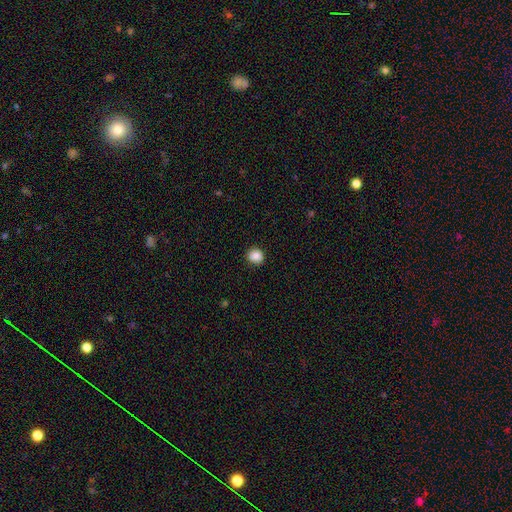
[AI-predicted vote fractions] A smooth galaxy with no disk features (87%) that is round (85%).

Vote fractions:
- Smooth or featured? smooth: 87% / star or artifact: 9% / featured or disk: 4%
- How rounded? round: 85% / in between: 14% / cigar-shaped: 1%
- Merging? none: 89% / minor disturbance: 8% / major disturbance: 2% / merger: 1%